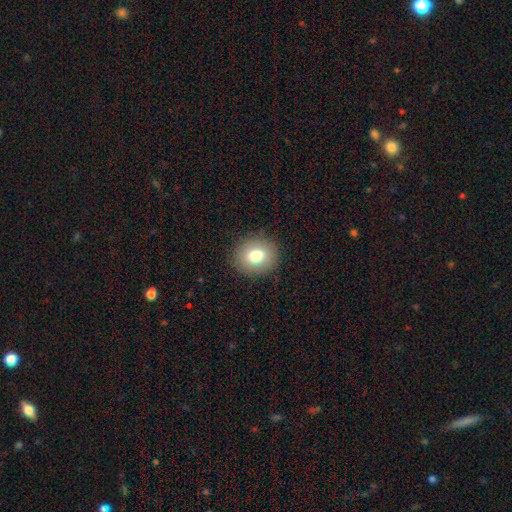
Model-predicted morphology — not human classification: type=smooth (77%); roundness=round (69%); merging=none (88%).